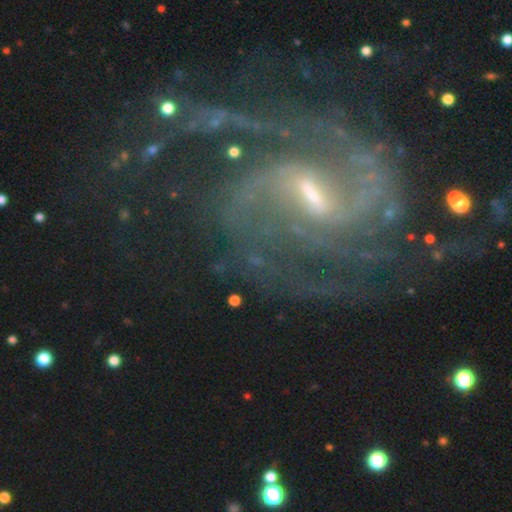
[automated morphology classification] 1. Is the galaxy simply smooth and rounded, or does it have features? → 91% featured or disk, 6% star or artifact, 3% smooth.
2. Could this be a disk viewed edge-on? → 98% no, 2% yes.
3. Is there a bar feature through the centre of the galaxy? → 56% weak, 30% strong, 14% no.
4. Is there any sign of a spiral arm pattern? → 98% yes, 2% no.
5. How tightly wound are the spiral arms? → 54% medium, 26% tight, 20% loose.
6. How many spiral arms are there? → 55% 2, 12% can't tell, 12% 3, 8% 4, 7% more than 4, 7% 1.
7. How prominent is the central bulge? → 56% small, 35% moderate, 6% none, 3% large, 1% dominant.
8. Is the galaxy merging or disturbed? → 62% none, 19% major disturbance, 16% minor disturbance, 3% merger.